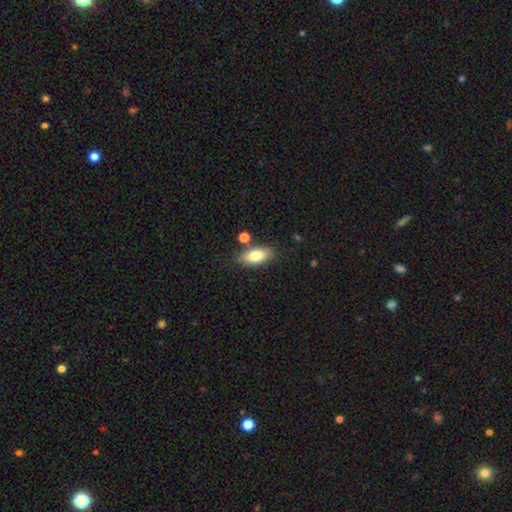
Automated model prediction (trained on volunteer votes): Overall: smooth (78%). How rounded: in between (86%). Merging: none (75%).